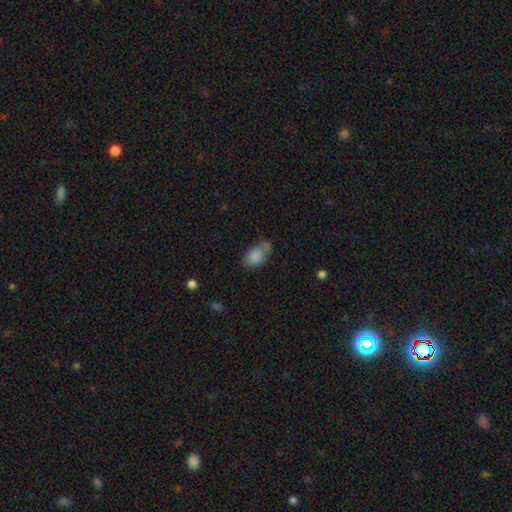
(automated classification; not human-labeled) Overall: smooth (83%). How rounded: in between (88%). Merging: none (48%; minor disturbance 26%).